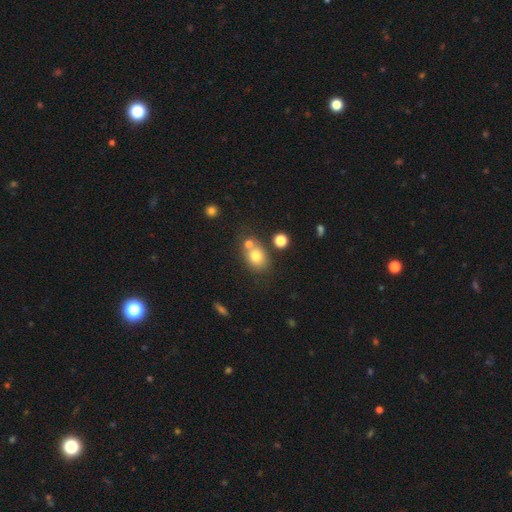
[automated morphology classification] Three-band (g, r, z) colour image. It shows a smooth galaxy with no disk features (76%) that is round (52%). Merging: none (52%).